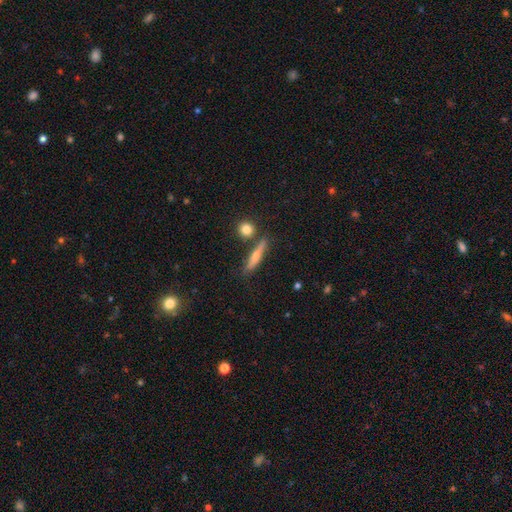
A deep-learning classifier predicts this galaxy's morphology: type=featured or disk (46%); merging=none (77%).